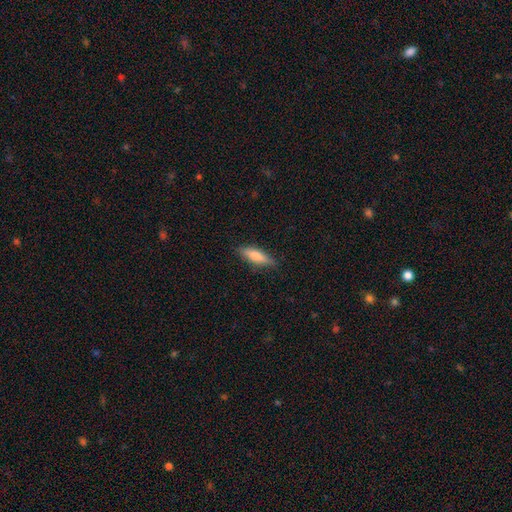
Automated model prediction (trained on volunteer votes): Overall: smooth (69%). How rounded: cigar-shaped (57%; in between 41%). Merging: none (83%).